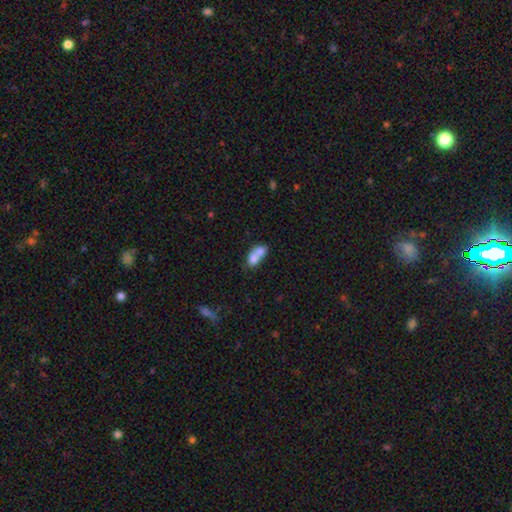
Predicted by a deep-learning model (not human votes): smooth-or-featured: smooth: 70% | featured or disk: 21% | star or artifact: 9%
  how-rounded: in between: 64% | round: 32% | cigar-shaped: 4%
  merging: merger: 71% | none: 18% | minor disturbance: 7% | major disturbance: 4%